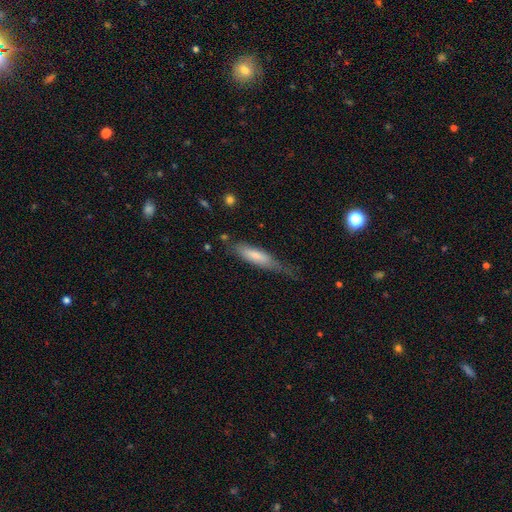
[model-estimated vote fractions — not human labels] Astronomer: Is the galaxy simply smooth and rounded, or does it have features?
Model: smooth — 66%.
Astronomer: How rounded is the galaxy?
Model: cigar-shaped — 73%.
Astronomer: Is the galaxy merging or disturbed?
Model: none — 51% (runner-up: minor disturbance, 32%).